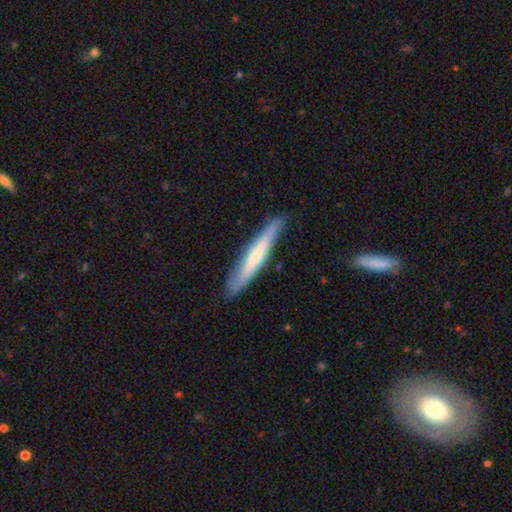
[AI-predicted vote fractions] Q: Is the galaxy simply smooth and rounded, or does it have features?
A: smooth — 55%.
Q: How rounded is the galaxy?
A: cigar-shaped — 94%.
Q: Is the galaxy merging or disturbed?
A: none — 85%.